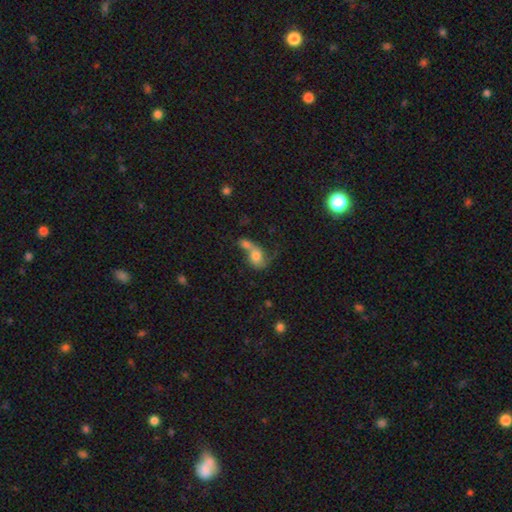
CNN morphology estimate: Smooth or featured: smooth — 59% (featured or disk — 30%)
How rounded: in between — 57% (round — 40%)
Merging: merger — 67% (none — 14%)